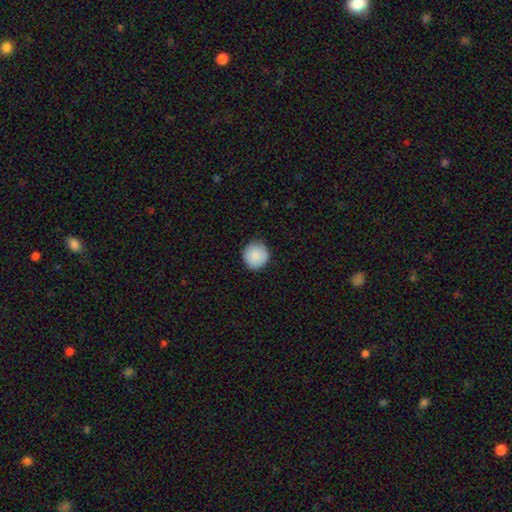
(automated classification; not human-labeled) Smooth or featured?
  - smooth: 89% *
  - star or artifact: 7%
  - featured or disk: 4%
How rounded?
  - round: 94% *
  - in between: 5%
  - cigar-shaped: 1%
Merging?
  - none: 88% *
  - minor disturbance: 10%
  - major disturbance: 2%
  - merger: 1%